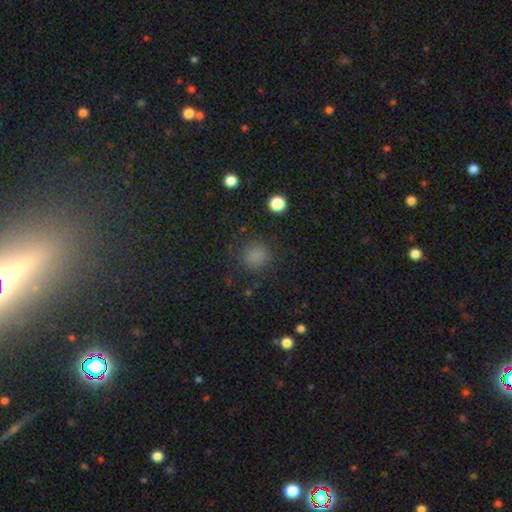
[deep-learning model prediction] Smooth or featured: smooth — 79% (star or artifact — 16%)
How rounded: round — 89% (in between — 9%)
Merging: none — 82% (minor disturbance — 11%)